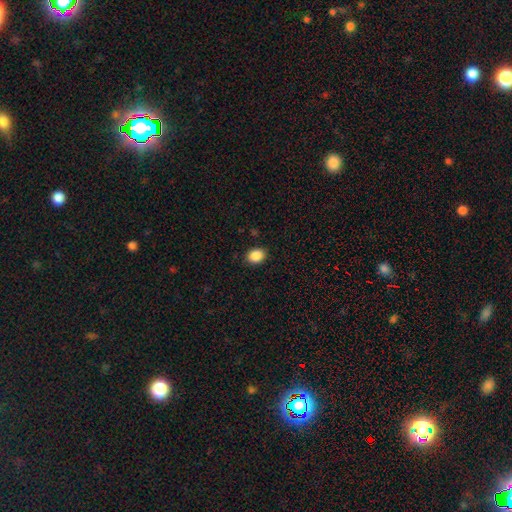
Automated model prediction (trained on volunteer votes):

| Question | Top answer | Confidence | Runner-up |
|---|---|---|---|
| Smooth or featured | smooth | 88% | star or artifact (9%) |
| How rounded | in between | 53% | round (47%) |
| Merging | none | 89% | minor disturbance (8%) |